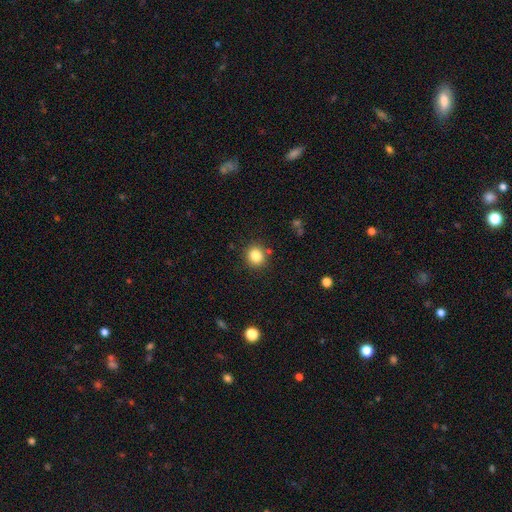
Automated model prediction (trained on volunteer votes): Q: Smooth or featured?
A: smooth (84%); runner-up: star or artifact (11%)
Q: How rounded?
A: round (82%); runner-up: in between (17%)
Q: Merging?
A: none (85%); runner-up: minor disturbance (9%)